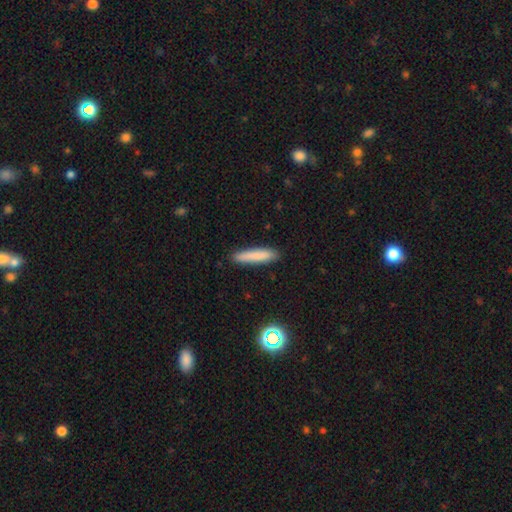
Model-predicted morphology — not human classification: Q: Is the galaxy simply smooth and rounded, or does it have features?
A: smooth — 82%.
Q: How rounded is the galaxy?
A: cigar-shaped — 88%.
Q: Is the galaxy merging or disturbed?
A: none — 88%.